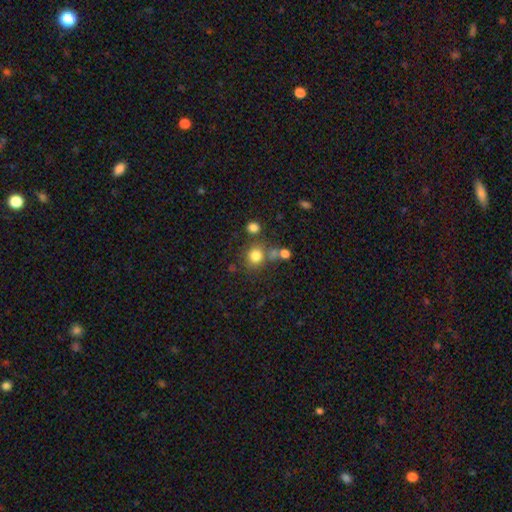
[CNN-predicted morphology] A smooth galaxy with no disk features (78%) that is round (84%). Merging: none (65%).